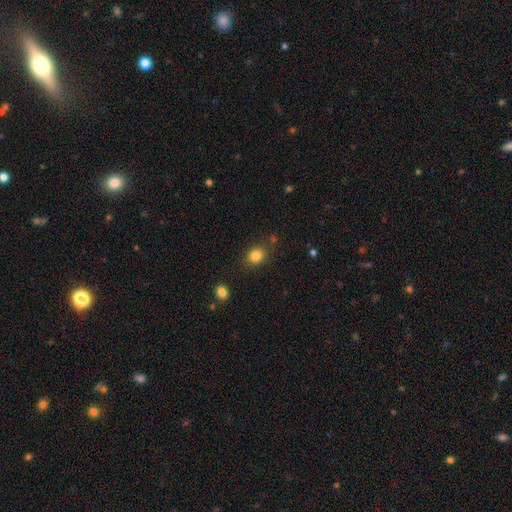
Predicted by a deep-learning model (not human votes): Q: Smooth or featured?
A: smooth (83%); runner-up: star or artifact (11%)
Q: How rounded?
A: round (63%); runner-up: in between (36%)
Q: Merging?
A: none (81%); runner-up: minor disturbance (12%)